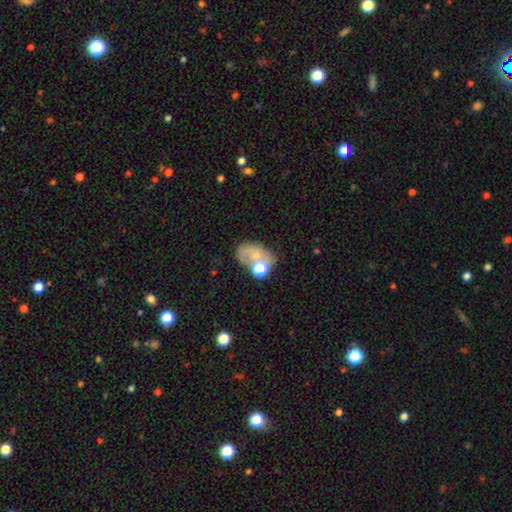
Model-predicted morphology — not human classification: type=smooth (54%); roundness=in between (74%); merging=none (35%).